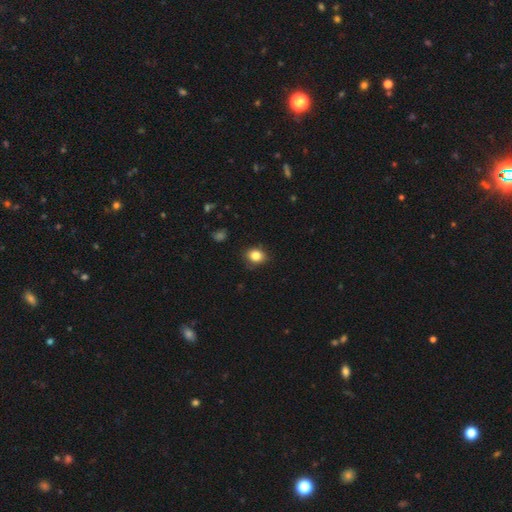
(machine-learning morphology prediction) Overall: smooth (83%). How rounded: round (56%; in between 43%). Merging: none (83%).